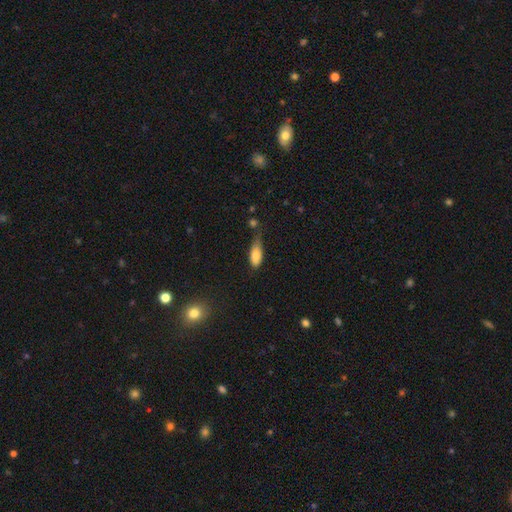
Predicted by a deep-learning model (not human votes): Morphology: type=smooth (83%); roundness=in between (78%); merging=minor disturbance (42%).